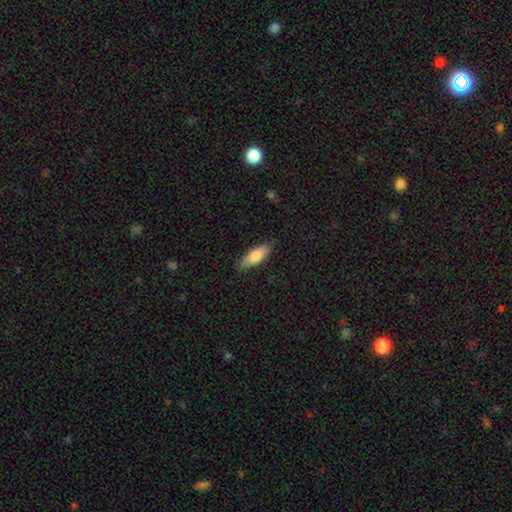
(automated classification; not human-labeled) Smooth or featured? Predicted: smooth (p=0.78). How rounded? Predicted: in between (p=0.63). Merging? Predicted: none (p=0.83).